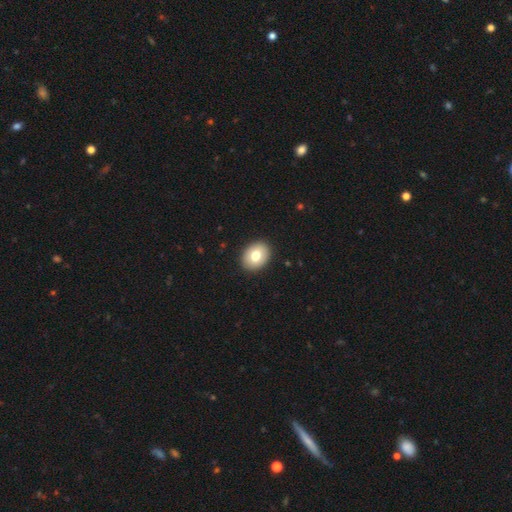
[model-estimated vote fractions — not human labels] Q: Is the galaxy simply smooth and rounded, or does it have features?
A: smooth — 77%.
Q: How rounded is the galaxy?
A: in between — 63%.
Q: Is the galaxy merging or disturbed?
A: none — 91%.